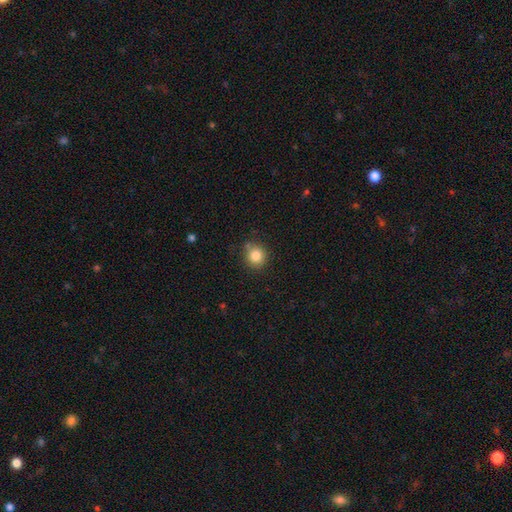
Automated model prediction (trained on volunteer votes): smooth 84%, star or artifact 11%, featured or disk 6%. Down the decision tree: how rounded — round (89%); merging — none (81%).